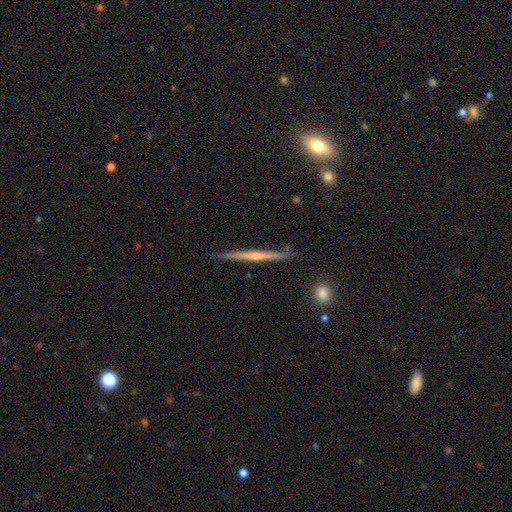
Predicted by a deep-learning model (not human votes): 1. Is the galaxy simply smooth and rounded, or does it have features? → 70% featured or disk, 24% smooth, 6% star or artifact.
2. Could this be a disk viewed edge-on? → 98% yes, 2% no.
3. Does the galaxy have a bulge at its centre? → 50% rounded, 44% none, 6% boxy.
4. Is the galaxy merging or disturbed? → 88% none, 9% minor disturbance, 2% merger, 2% major disturbance.